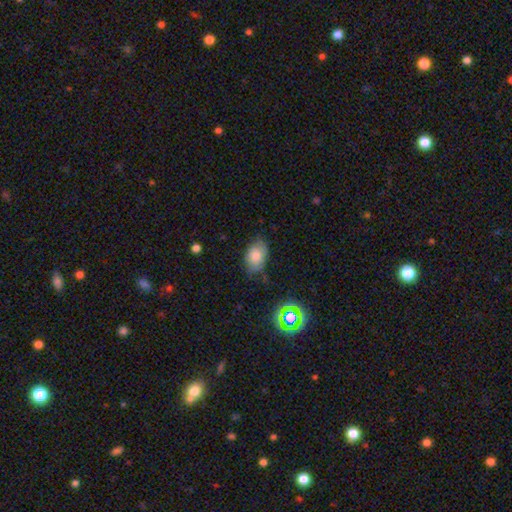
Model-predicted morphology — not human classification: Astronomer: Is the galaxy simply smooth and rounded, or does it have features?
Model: smooth — 78%.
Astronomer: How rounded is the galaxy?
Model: in between — 86%.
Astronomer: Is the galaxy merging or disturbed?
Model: none — 69%.